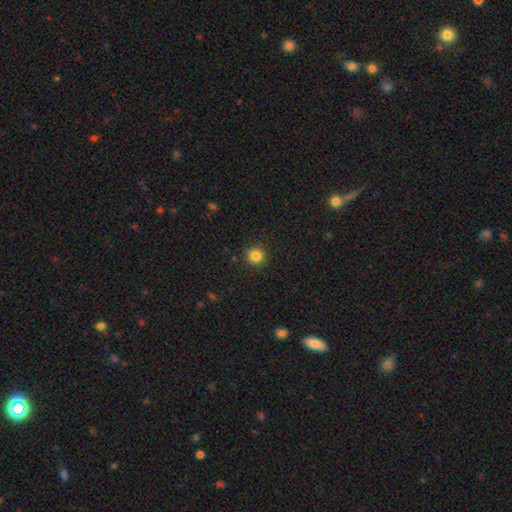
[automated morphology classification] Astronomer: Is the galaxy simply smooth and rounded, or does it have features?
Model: smooth — 83%.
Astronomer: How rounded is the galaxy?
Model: round — 94%.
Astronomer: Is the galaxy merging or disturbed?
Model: none — 92%.